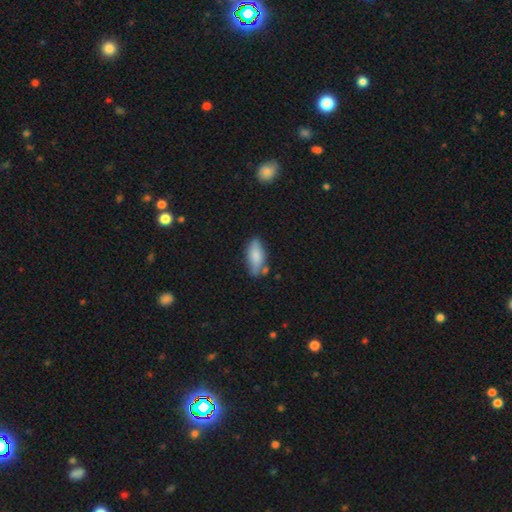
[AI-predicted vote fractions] This appears to be a smooth galaxy with no disk features (79%) that is in between round and cigar-shaped (79%). Merging: none (65%).